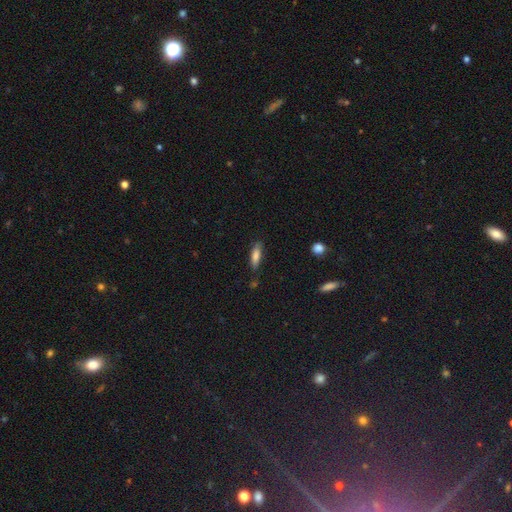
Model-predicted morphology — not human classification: The model was most divided on "how rounded": cigar-shaped: 54%, in between: 44%, round: 2%. More confident: smooth or featured — smooth (77%); merging — none (73%).